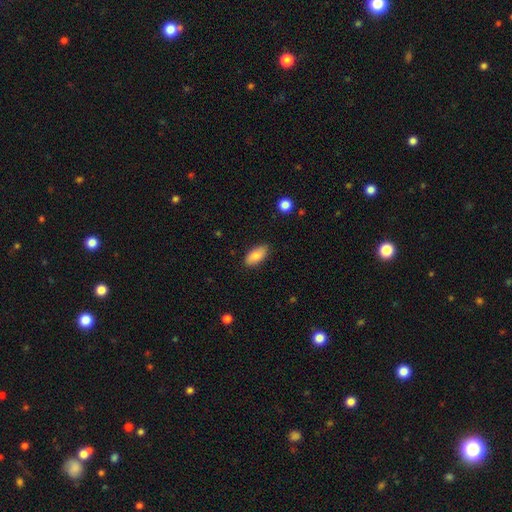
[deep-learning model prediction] Smooth or featured: smooth — 85% (featured or disk — 8%)
How rounded: in between — 90% (cigar-shaped — 7%)
Merging: none — 85% (minor disturbance — 12%)